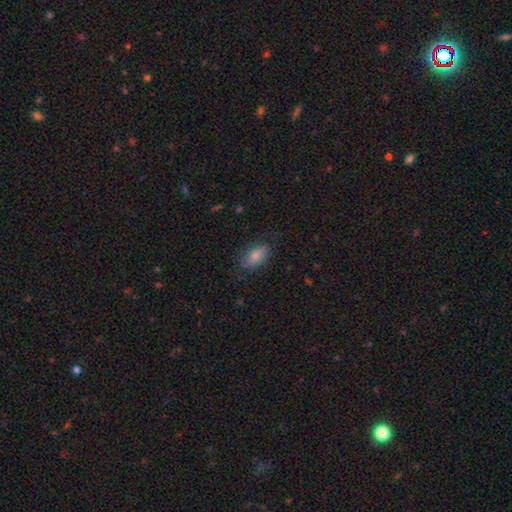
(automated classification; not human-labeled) This is likely a smooth galaxy (78%). How rounded: clearly in between (91%). Merging: likely none (74%).